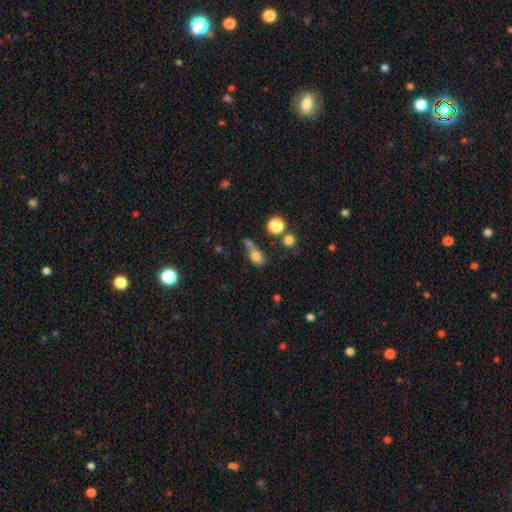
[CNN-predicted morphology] A smooth galaxy with no disk features (75%) that is in between round and cigar-shaped (68%). Merging: none (36%).